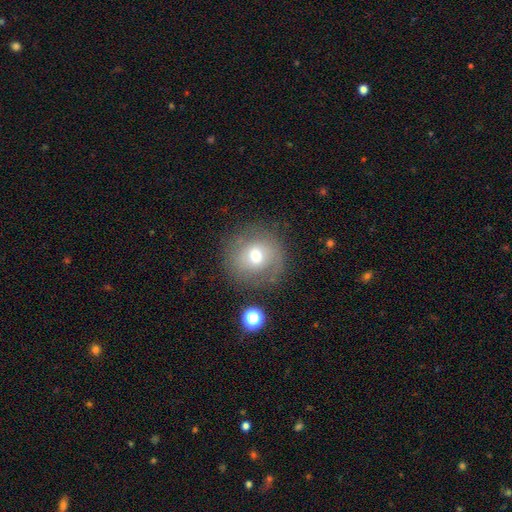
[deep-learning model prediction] Q: Smooth or featured?
A: smooth (60%); runner-up: featured or disk (27%)
Q: How rounded?
A: round (91%); runner-up: in between (8%)
Q: Merging?
A: none (76%); runner-up: minor disturbance (14%)